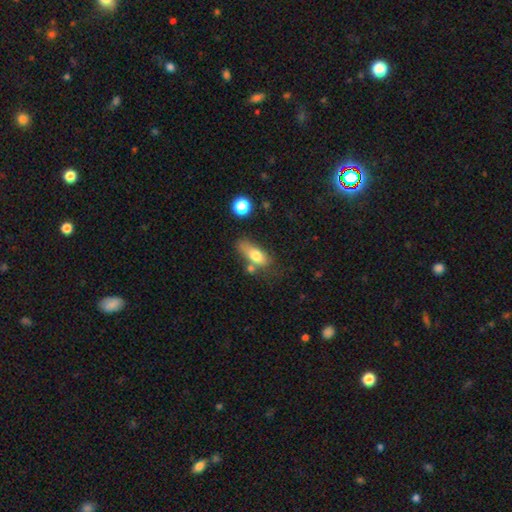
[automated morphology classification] A smooth galaxy with no disk features (73%) that is in between round and cigar-shaped (76%).

Vote fractions:
- Smooth or featured? smooth: 73% / featured or disk: 19% / star or artifact: 8%
- How rounded? in between: 76% / cigar-shaped: 19% / round: 6%
- Merging? none: 44% / minor disturbance: 26% / merger: 16% / major disturbance: 14%